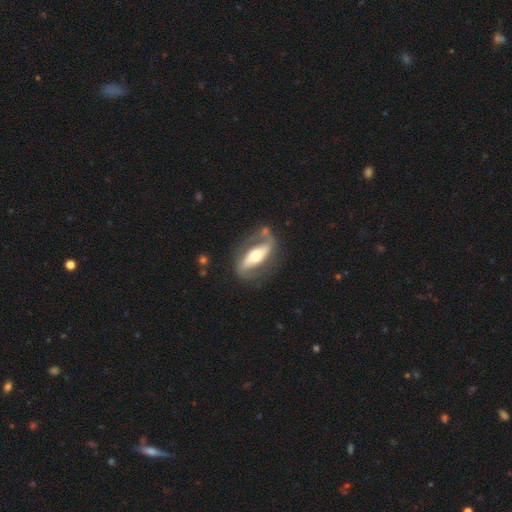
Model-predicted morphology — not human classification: Smooth or featured? Predicted: featured or disk (p=0.77). Edge-on disk? Predicted: no (p=0.85). Bar? Predicted: strong (p=0.54). Spiral arms? Predicted: yes (p=0.80). Spiral winding? Predicted: medium (p=0.40). Spiral arm count? Predicted: 2 (p=0.85). Bulge size? Predicted: moderate (p=0.67). Merging? Predicted: none (p=0.68).